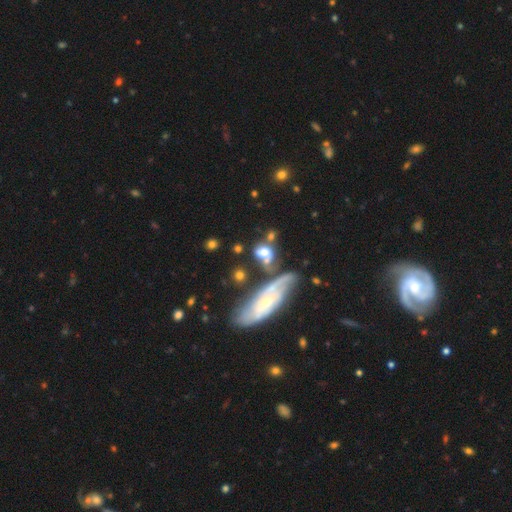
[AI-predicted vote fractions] Q: Smooth or featured?
A: featured or disk (45%); runner-up: smooth (40%)
Q: Merging?
A: none (60%); runner-up: merger (17%)